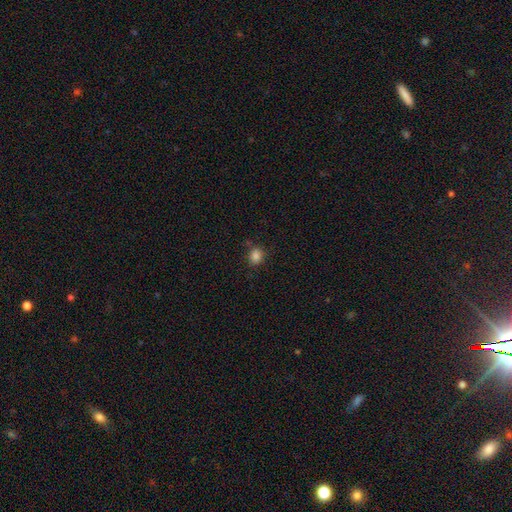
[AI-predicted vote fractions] This is clearly a smooth galaxy (84%). How rounded: likely round (66%). Merging: clearly none (80%).